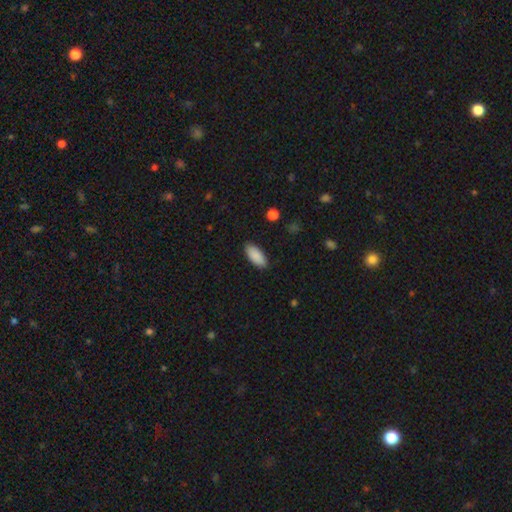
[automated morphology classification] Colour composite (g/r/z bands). It shows a smooth galaxy with no disk features (90%) that is in between round and cigar-shaped (87%). Merging: none (88%).